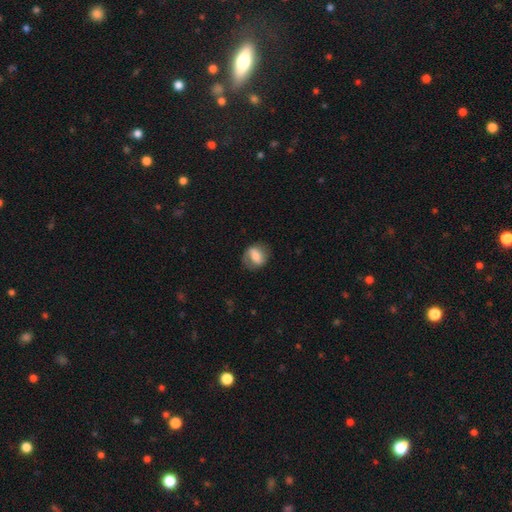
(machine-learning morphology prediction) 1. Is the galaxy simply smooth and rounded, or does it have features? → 55% smooth, 37% featured or disk, 8% star or artifact.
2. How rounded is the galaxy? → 58% in between, 38% round, 3% cigar-shaped.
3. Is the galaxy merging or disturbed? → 68% none, 21% minor disturbance, 10% major disturbance, 1% merger.